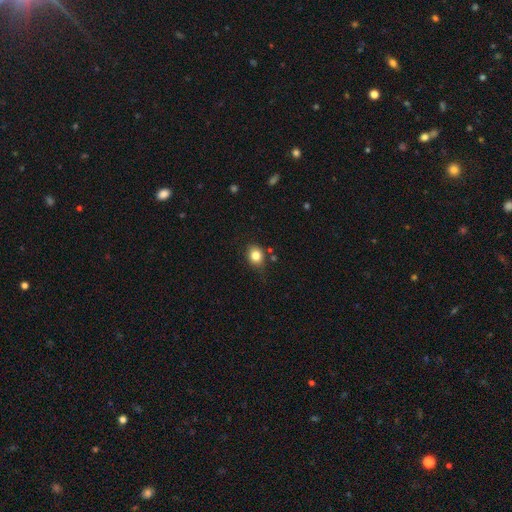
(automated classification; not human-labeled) Morphology: type=smooth (82%); roundness=round (60%); merging=none (75%).